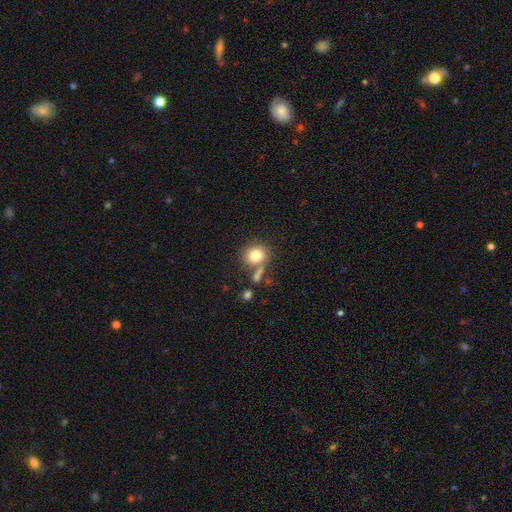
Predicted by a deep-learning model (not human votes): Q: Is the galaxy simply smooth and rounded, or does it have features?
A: smooth — 80%.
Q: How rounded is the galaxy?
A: round — 79%.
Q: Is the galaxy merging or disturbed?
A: none — 61%.